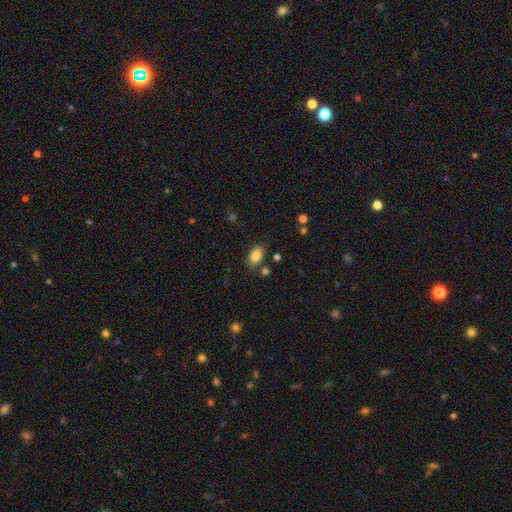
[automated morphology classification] Smooth or featured? Predicted: smooth (p=0.85). How rounded? Predicted: in between (p=0.89). Merging? Predicted: none (p=0.75).